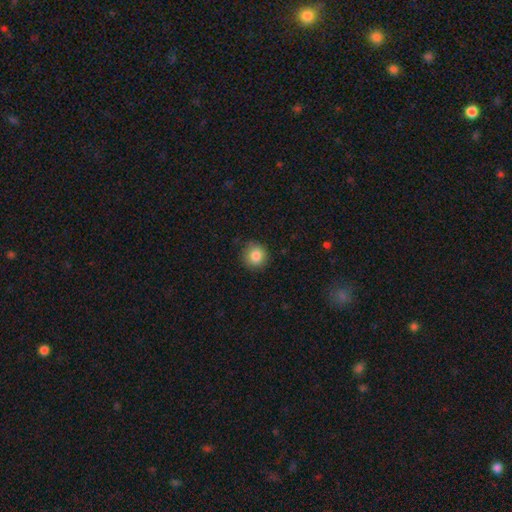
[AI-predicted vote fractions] smooth_or_featured: smooth (p=0.85) [alt: star or artifact p=0.10]
how_rounded: round (p=0.91) [alt: in between p=0.08]
merging: none (p=0.85) [alt: minor disturbance p=0.11]